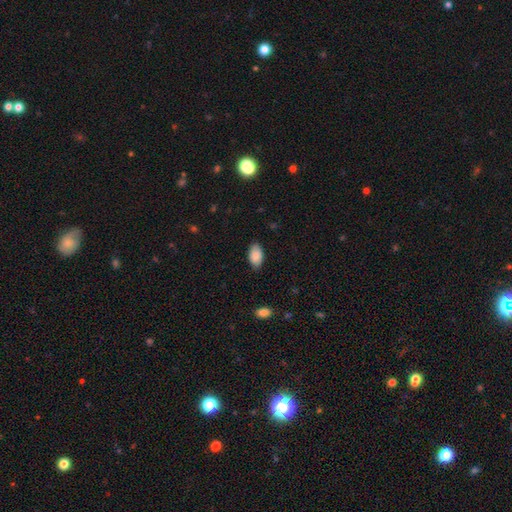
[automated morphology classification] A smooth galaxy with no disk features (87%) that is in between round and cigar-shaped (94%).

Vote fractions:
- Smooth or featured? smooth: 87% / star or artifact: 7% / featured or disk: 6%
- How rounded? in between: 94% / round: 4% / cigar-shaped: 2%
- Merging? none: 82% / minor disturbance: 14% / major disturbance: 3% / merger: 1%